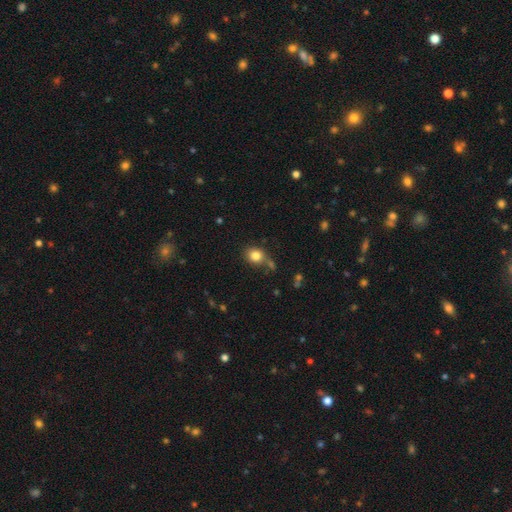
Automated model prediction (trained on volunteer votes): smooth_or_featured: smooth (p=0.82) [alt: star or artifact p=0.11]
how_rounded: round (p=0.71) [alt: in between p=0.28]
merging: none (p=0.66) [alt: minor disturbance p=0.16]